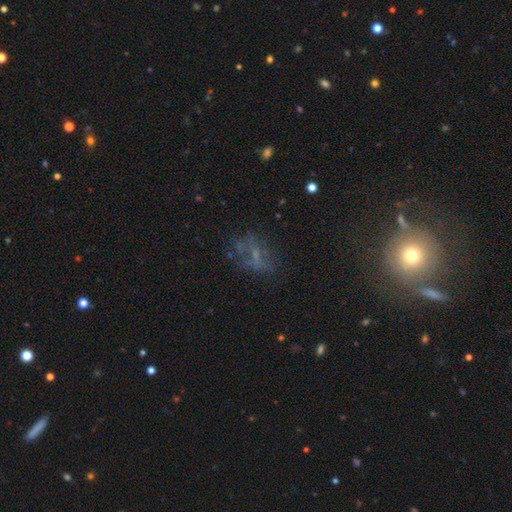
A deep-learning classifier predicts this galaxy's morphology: type=featured or disk (40%); merging=none (51%).